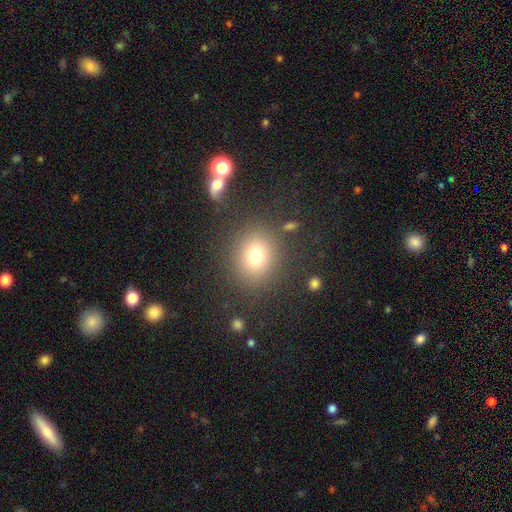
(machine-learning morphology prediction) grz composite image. It shows a smooth galaxy with no disk features (75%) that is round (76%). Merging: none (83%).